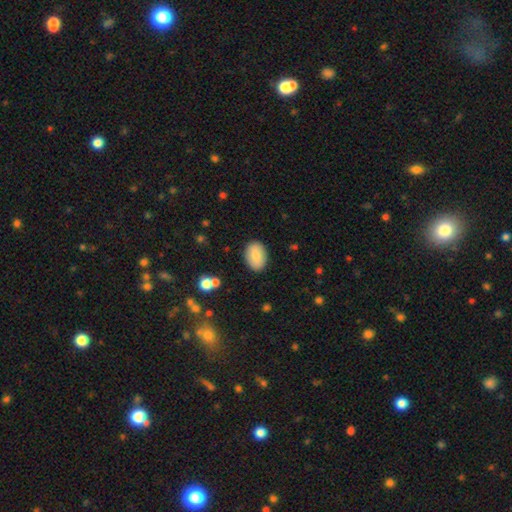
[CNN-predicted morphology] The model was most divided on "how rounded": in between: 86%, round: 13%, cigar-shaped: 1%. More confident: merging — none (87%); smooth or featured — smooth (83%).